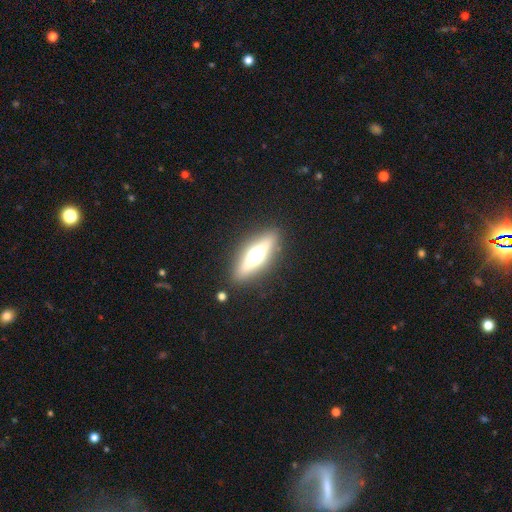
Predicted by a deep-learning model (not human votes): Smooth or featured? featured or disk (60%)
Edge-on disk? yes (89%)
Edge-on bulge? rounded (94%)
Merging? none (88%)